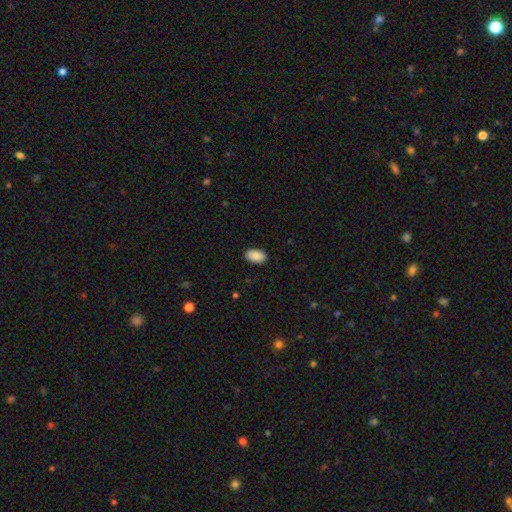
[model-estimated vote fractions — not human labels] The model was most divided on "merging": none: 89%, minor disturbance: 8%, major disturbance: 2%, merger: 1%. More confident: how rounded — in between (94%); smooth or featured — smooth (90%).